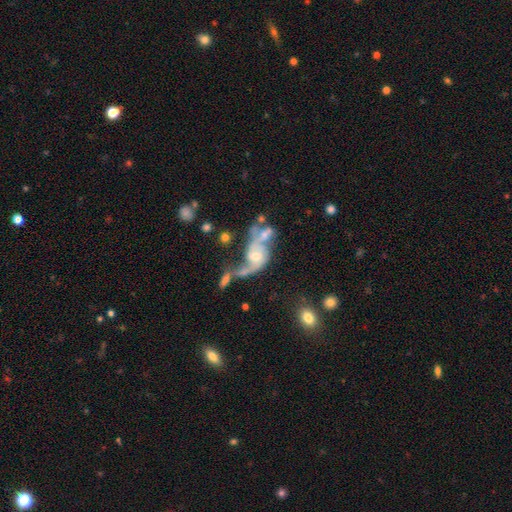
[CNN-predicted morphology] The model was most divided on "bulge size": moderate: 48%, small: 41%, none: 6%, large: 5%, dominant: 1%. Remaining: edge-on disk — no (96%); spiral arms — yes (83%); smooth or featured — featured or disk (77%); spiral arm count — 2 (68%); bar — no (65%); spiral winding — loose (57%); merging — merger (41%).